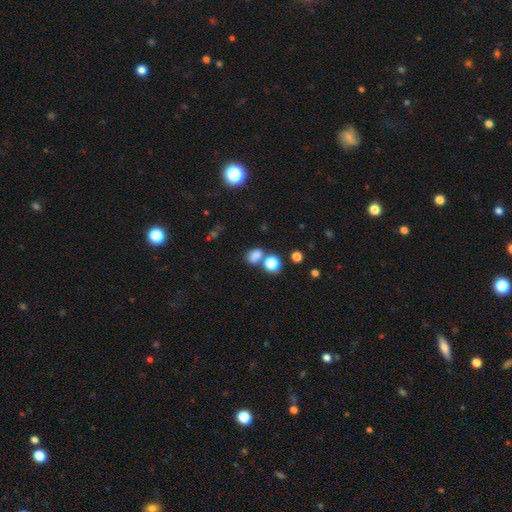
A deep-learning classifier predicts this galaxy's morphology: The model was most divided on "merging": none: 50%, merger: 34%, minor disturbance: 11%, major disturbance: 5%. More confident: smooth or featured — smooth (78%); how rounded — in between (63%).